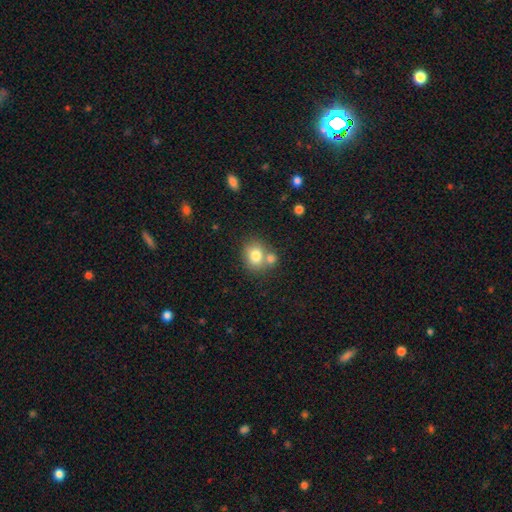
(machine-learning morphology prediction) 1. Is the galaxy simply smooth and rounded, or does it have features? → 79% smooth, 11% featured or disk, 10% star or artifact.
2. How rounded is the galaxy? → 64% round, 35% in between, 1% cigar-shaped.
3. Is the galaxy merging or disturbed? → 51% none, 35% merger, 10% minor disturbance, 3% major disturbance.